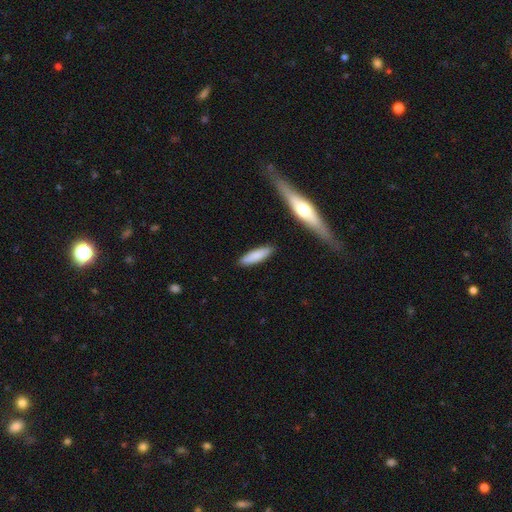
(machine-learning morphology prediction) A smooth galaxy with no disk features (82%) that is cigar-shaped (67%).

Vote fractions:
- Smooth or featured? smooth: 82% / featured or disk: 12% / star or artifact: 6%
- How rounded? cigar-shaped: 67% / in between: 32% / round: 1%
- Merging? none: 86% / minor disturbance: 10% / merger: 3% / major disturbance: 2%